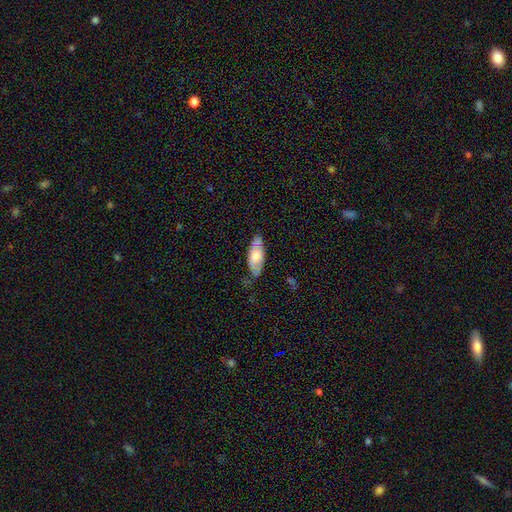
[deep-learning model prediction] A smooth galaxy with no disk features (58%) that is in between round and cigar-shaped (77%). Merging: none (65%).